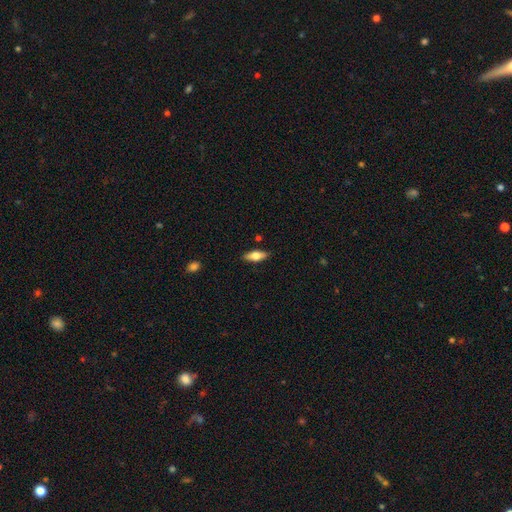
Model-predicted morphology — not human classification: smooth_or_featured: smooth (p=0.59) [alt: featured or disk p=0.34]
how_rounded: in between (p=0.70) [alt: cigar-shaped p=0.27]
merging: none (p=0.86) [alt: minor disturbance p=0.10]